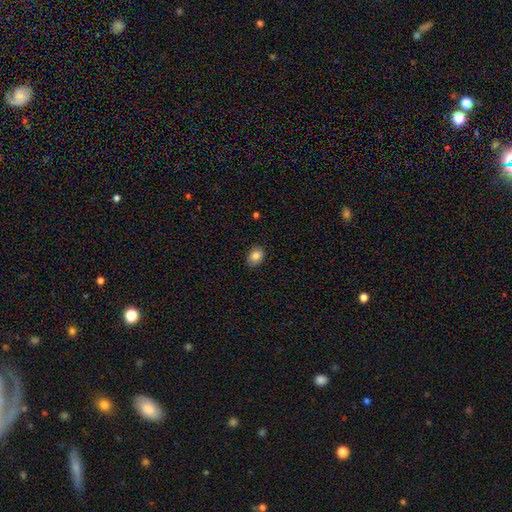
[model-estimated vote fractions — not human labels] This is clearly a smooth galaxy (85%). How rounded: likely in between (62%). Merging: clearly none (87%).